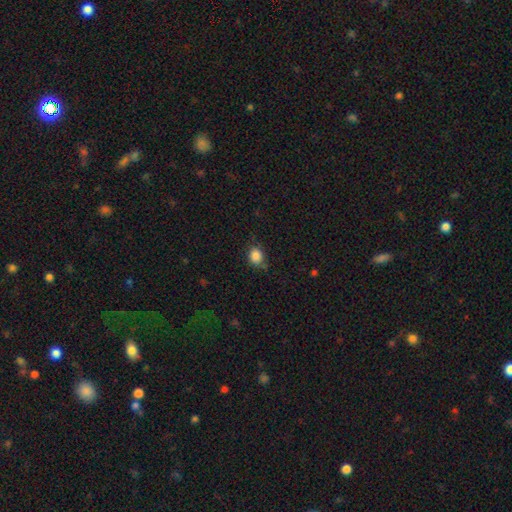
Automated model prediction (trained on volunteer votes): smooth-or-featured: smooth: 86% | star or artifact: 10% | featured or disk: 4%
  how-rounded: round: 65% | in between: 34% | cigar-shaped: 1%
  merging: none: 73% | minor disturbance: 21% | major disturbance: 5% | merger: 2%